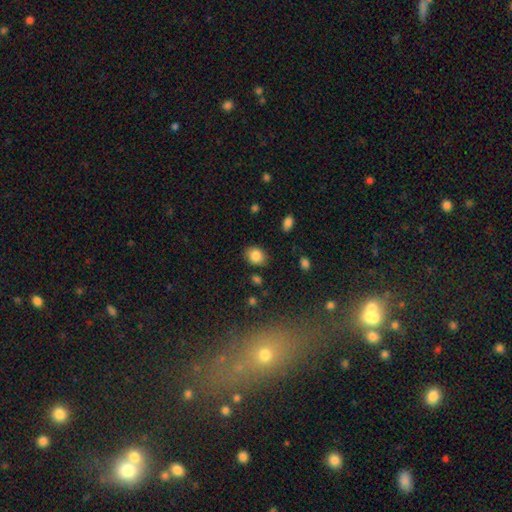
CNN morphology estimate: smooth-or-featured: smooth: 84% | star or artifact: 9% | featured or disk: 6%
  how-rounded: round: 54% | in between: 45% | cigar-shaped: 1%
  merging: none: 82% | minor disturbance: 13% | major disturbance: 3% | merger: 2%